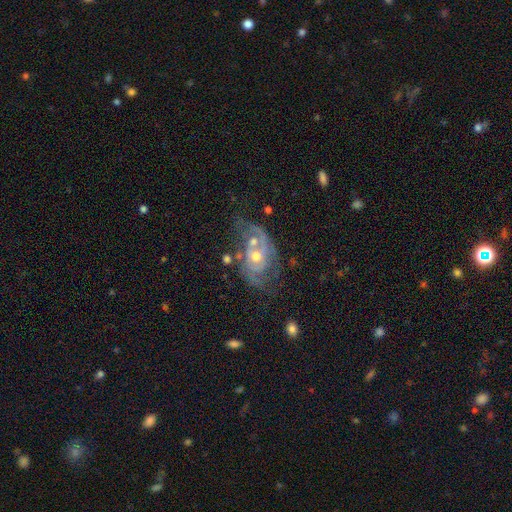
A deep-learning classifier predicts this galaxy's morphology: smooth_or_featured: featured or disk (p=0.73) [alt: star or artifact p=0.14]
disk_edge_on: no (p=0.95) [alt: yes p=0.05]
bar: no (p=0.69) [alt: weak p=0.25]
has_spiral_arms: yes (p=0.80) [alt: no p=0.20]
spiral_winding: medium (p=0.41) [alt: tight p=0.39]
spiral_arm_count: 2 (p=0.49) [alt: can't tell p=0.30]
bulge_size: moderate (p=0.55) [alt: small p=0.39]
merging: none (p=0.55) [alt: minor disturbance p=0.20]